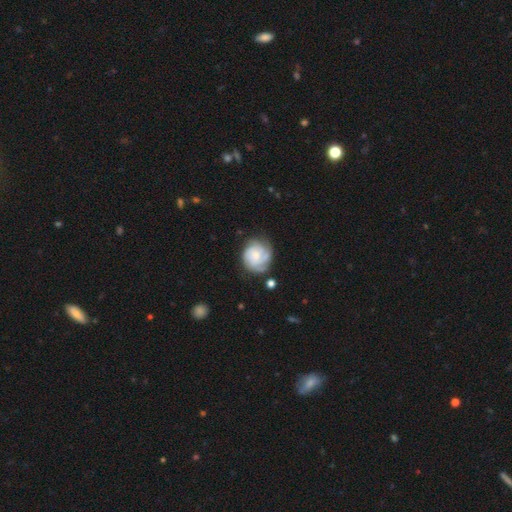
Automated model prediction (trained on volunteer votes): Overall: featured or disk (62%; smooth 31%). Edge-on disk: no (98%). Bar: no (75%). Spiral arms: yes (86%). Spiral arm count: can't tell (40%; 3 24%). Spiral winding: tight (62%; medium 29%). Bulge size: small (55%; moderate 34%). Merging: none (62%; minor disturbance 24%).